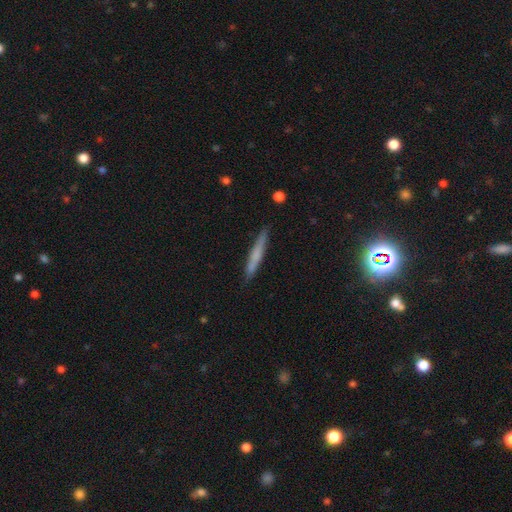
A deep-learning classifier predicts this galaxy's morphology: A smooth galaxy with no disk features (61%) that is cigar-shaped (95%).

Vote fractions:
- Smooth or featured? smooth: 61% / featured or disk: 33% / star or artifact: 7%
- How rounded? cigar-shaped: 95% / in between: 3% / round: 1%
- Merging? none: 87% / minor disturbance: 10% / major disturbance: 2% / merger: 1%